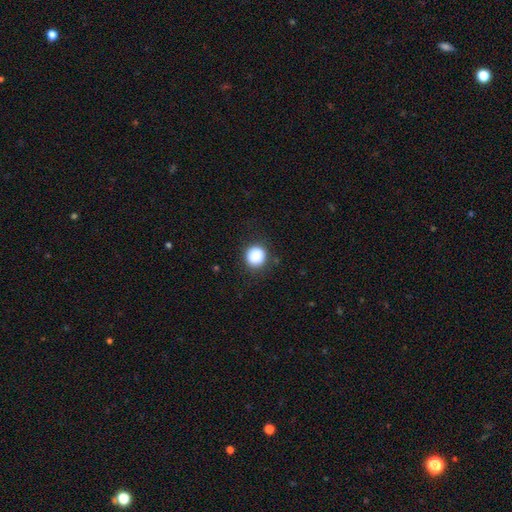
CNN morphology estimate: Smooth or featured: smooth — 88% (star or artifact — 9%)
How rounded: round — 91% (in between — 8%)
Merging: none — 86% (minor disturbance — 10%)